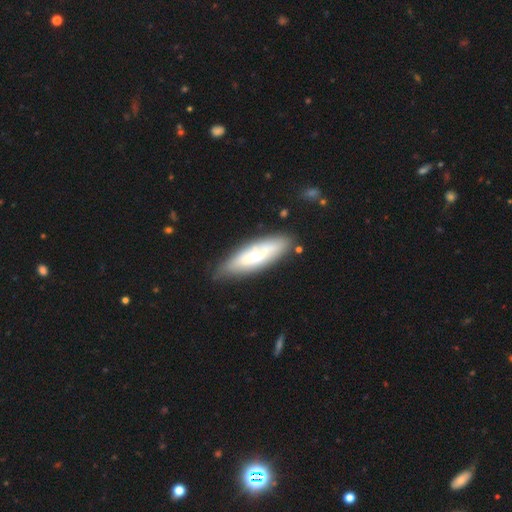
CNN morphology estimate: type=featured or disk (51%); edge-on=no (56%); merging=none (75%).